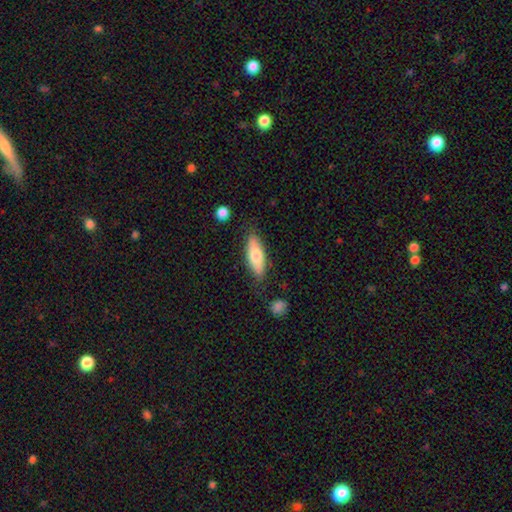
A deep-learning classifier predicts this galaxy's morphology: This is likely a smooth galaxy (71%). How rounded: likely in between (64%). Merging: likely none (77%).